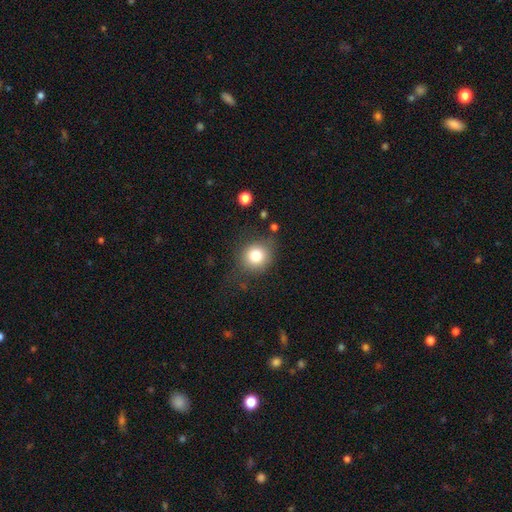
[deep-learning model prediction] A smooth galaxy with no disk features (80%) that is round (84%). Merging: none (75%).